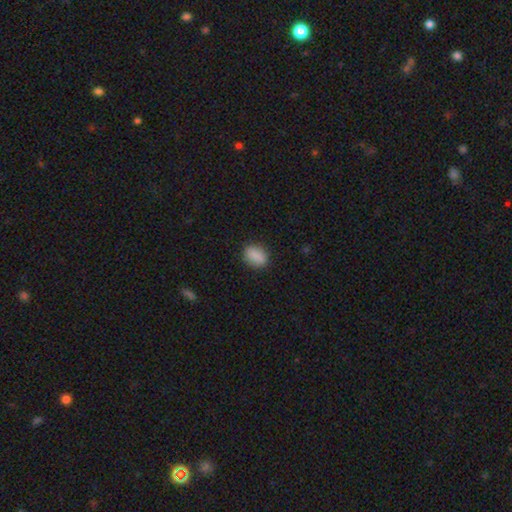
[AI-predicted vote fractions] Overall: smooth (87%). How rounded: in between (73%). Merging: none (85%).